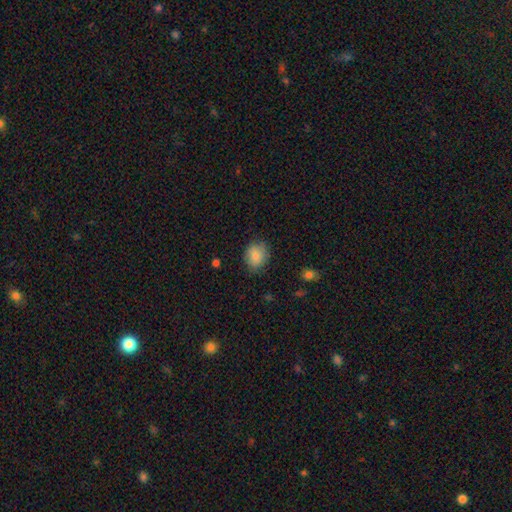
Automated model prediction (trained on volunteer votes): smooth-or-featured: smooth: 85% | star or artifact: 8% | featured or disk: 7%
  how-rounded: round: 54% | in between: 45% | cigar-shaped: 1%
  merging: none: 79% | minor disturbance: 16% | major disturbance: 4% | merger: 1%